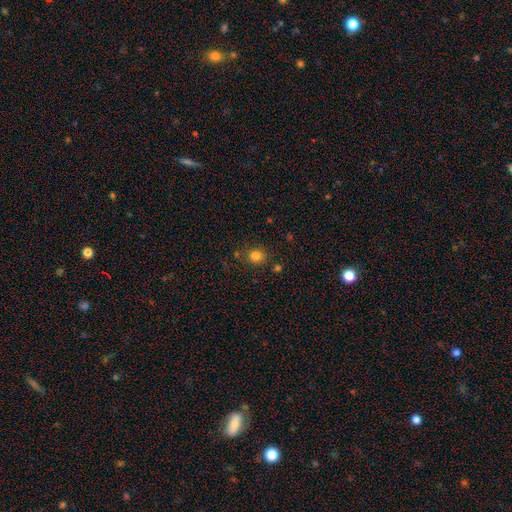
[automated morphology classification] This is clearly a smooth galaxy (81%). How rounded: likely round (78%). Merging: likely none (77%).